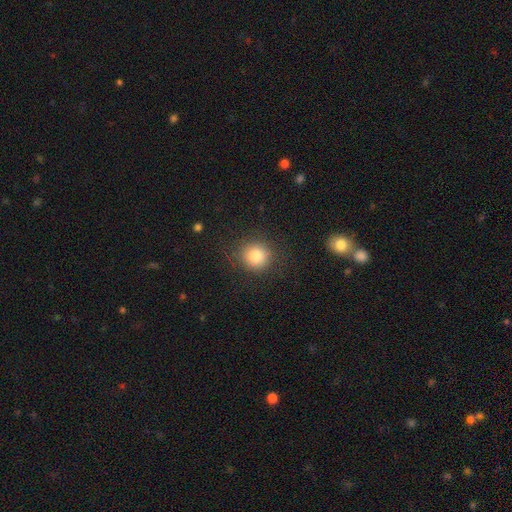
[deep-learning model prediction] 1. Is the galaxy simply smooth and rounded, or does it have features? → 83% smooth, 11% star or artifact, 6% featured or disk.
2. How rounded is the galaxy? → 90% round, 9% in between, 1% cigar-shaped.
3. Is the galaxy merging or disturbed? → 85% none, 10% minor disturbance, 4% major disturbance, 1% merger.